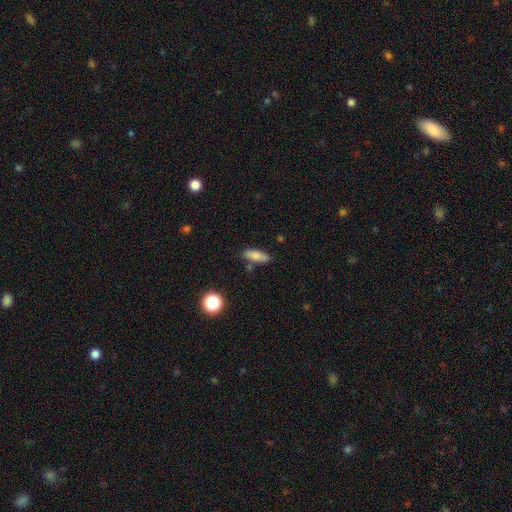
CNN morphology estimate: type=smooth (79%); roundness=in between (54%); merging=none (79%).